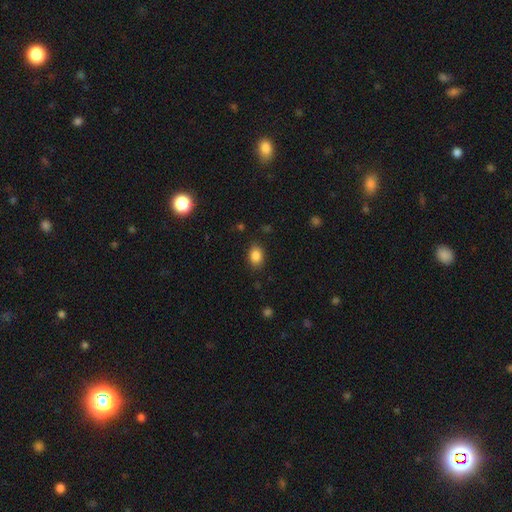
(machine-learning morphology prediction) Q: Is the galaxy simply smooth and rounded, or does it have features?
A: smooth — 86%.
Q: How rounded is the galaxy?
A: in between — 73%.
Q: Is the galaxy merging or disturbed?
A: none — 85%.